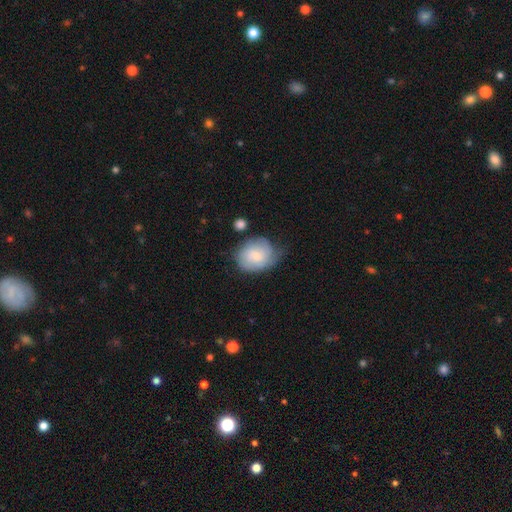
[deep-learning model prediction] Overall: smooth (59%; featured or disk 34%). How rounded: round (53%; in between 46%). Merging: none (47%; minor disturbance 34%).